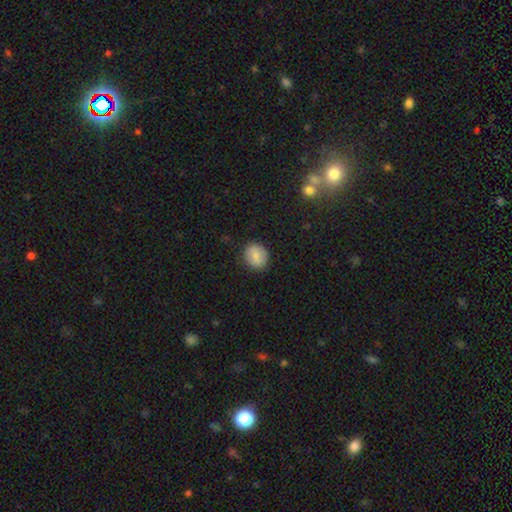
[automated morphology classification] smooth-or-featured: smooth: 82% | featured or disk: 10% | star or artifact: 8%
  how-rounded: round: 73% | in between: 26% | cigar-shaped: 1%
  merging: none: 86% | minor disturbance: 11% | major disturbance: 3% | merger: 1%